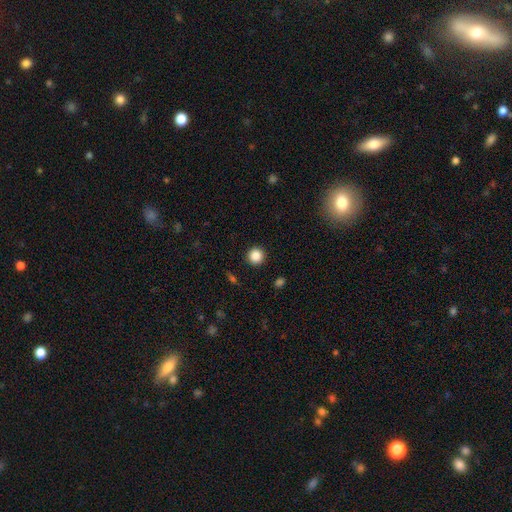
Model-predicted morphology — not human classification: The model was most divided on "smooth or featured": smooth: 86%, star or artifact: 10%, featured or disk: 4%. More confident: how rounded — round (95%); merging — none (93%).